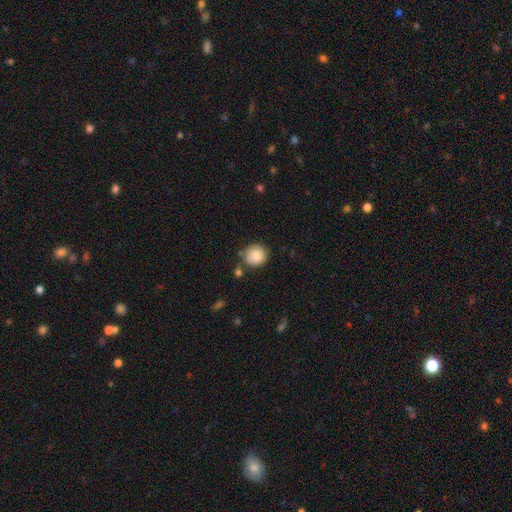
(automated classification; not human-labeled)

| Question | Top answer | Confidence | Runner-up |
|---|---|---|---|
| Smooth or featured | smooth | 86% | star or artifact (8%) |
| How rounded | round | 87% | in between (12%) |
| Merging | none | 74% | minor disturbance (15%) |